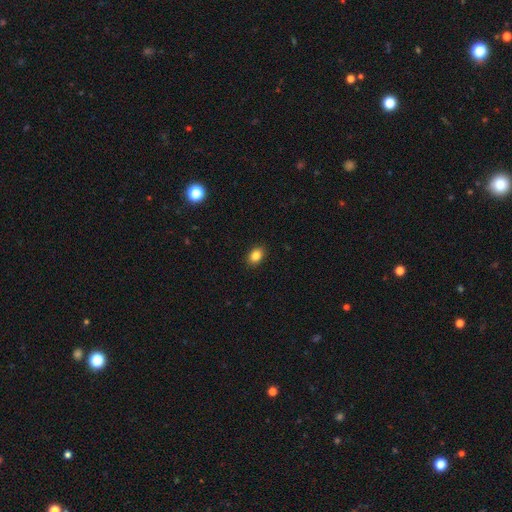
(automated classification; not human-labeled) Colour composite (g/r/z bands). It shows a smooth galaxy with no disk features (85%) that is in between round and cigar-shaped (73%). Merging: none (90%).